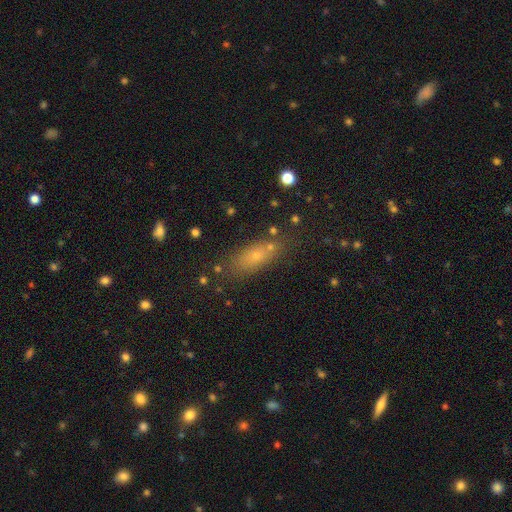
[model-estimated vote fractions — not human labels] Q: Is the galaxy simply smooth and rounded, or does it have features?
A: smooth — 65%.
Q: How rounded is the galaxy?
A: in between — 62%.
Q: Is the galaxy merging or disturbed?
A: none — 73%.